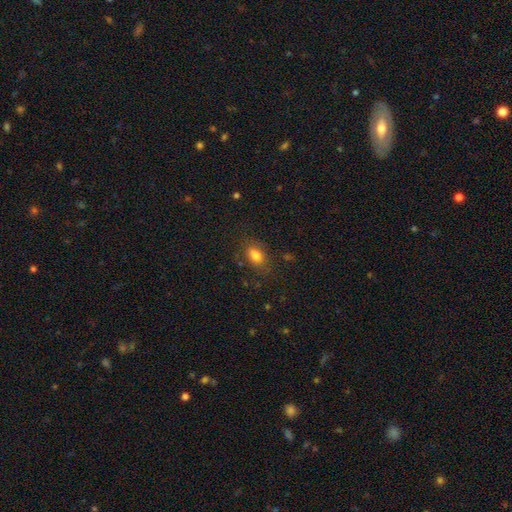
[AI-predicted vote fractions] Overall: smooth (79%). How rounded: in between (84%). Merging: none (75%).